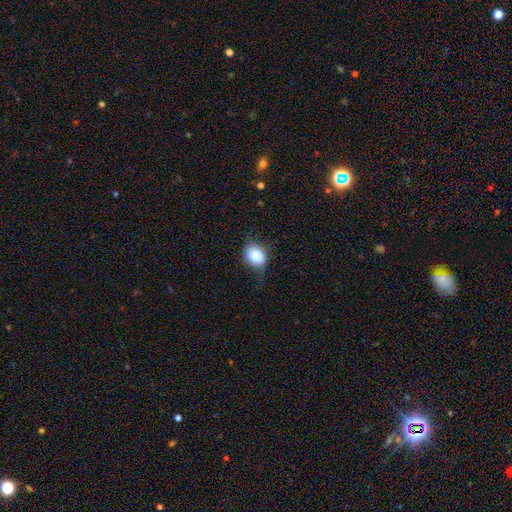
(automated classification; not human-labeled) smooth 84%, star or artifact 8%, featured or disk 8%. Down the decision tree: how rounded — in between (50%); merging — none (59%).